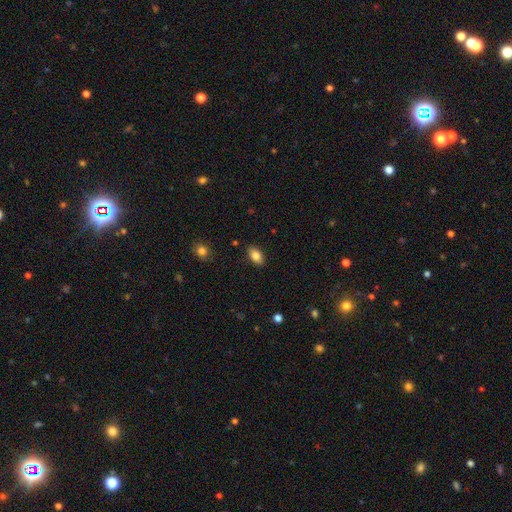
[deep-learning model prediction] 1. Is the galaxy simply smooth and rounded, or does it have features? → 83% smooth, 9% featured or disk, 8% star or artifact.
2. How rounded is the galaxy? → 91% in between, 6% round, 3% cigar-shaped.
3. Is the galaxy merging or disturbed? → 87% none, 10% minor disturbance, 2% major disturbance, 1% merger.